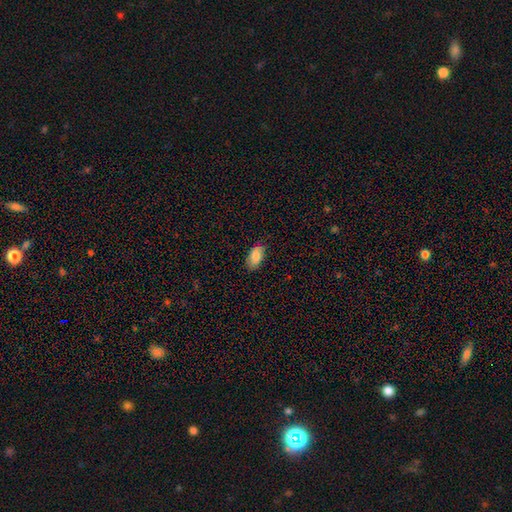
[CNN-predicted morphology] Smooth or featured? smooth (83%)
How rounded? in between (94%)
Merging? none (82%)